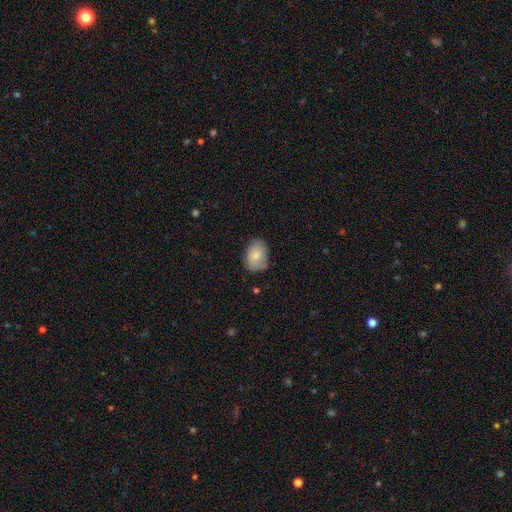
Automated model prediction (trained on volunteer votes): Morphology: type=smooth (80%); roundness=in between (79%); merging=none (73%).